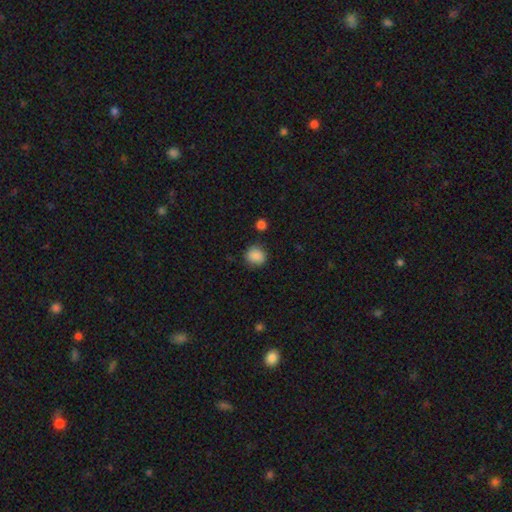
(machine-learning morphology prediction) Overall: smooth (87%). How rounded: round (80%). Merging: none (82%).